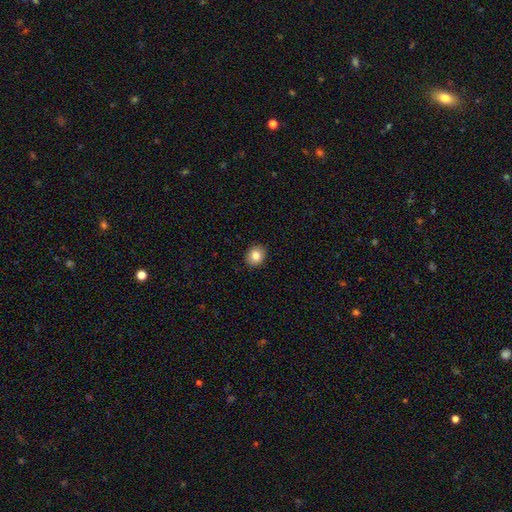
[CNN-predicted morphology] smooth 84%, star or artifact 9%, featured or disk 7%. Down the decision tree: how rounded — round (71%); merging — none (91%).